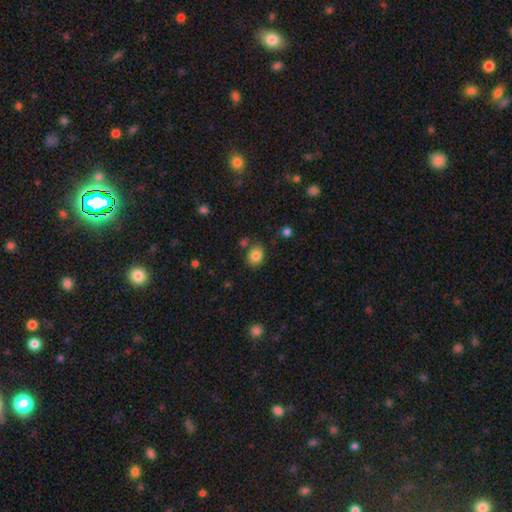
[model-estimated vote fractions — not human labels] Q: Smooth or featured?
A: smooth (84%); runner-up: star or artifact (10%)
Q: How rounded?
A: in between (53%); runner-up: round (46%)
Q: Merging?
A: none (77%); runner-up: minor disturbance (14%)